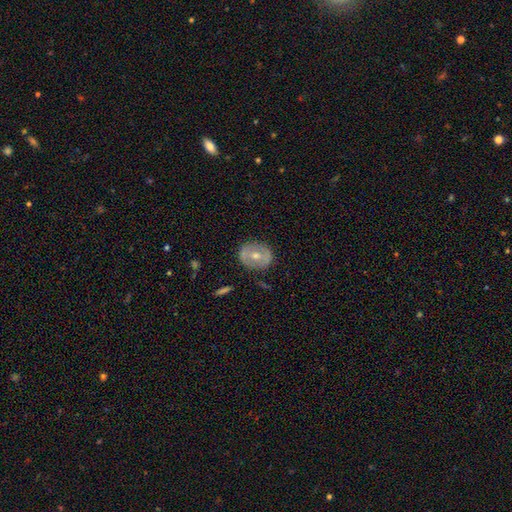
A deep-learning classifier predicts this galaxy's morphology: A featured or disk galaxy (56%) with no bar (49%), no spiral arms (73%) and a moderate central bulge (70%).

Vote fractions:
- Smooth or featured? featured or disk: 56% / smooth: 37% / star or artifact: 7%
- Edge-on disk? no: 94% / yes: 6%
- Bar? no: 49% / weak: 32% / strong: 19%
- Spiral arms? no: 73% / yes: 27%
- Bulge size? moderate: 70% / small: 26% / large: 2% / none: 1% / dominant: 1%
- Merging? none: 82% / minor disturbance: 13% / major disturbance: 4% / merger: 1%